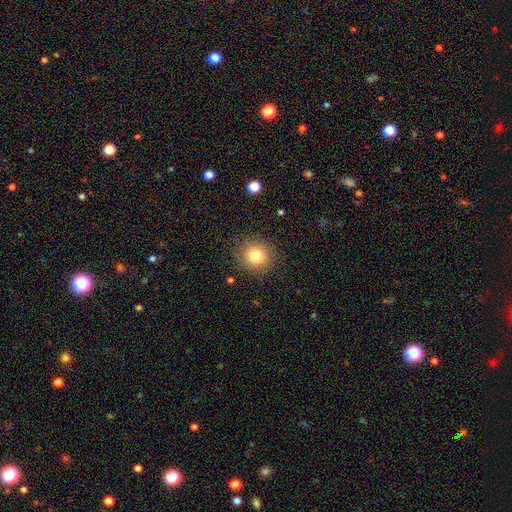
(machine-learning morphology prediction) Overall: smooth (81%). How rounded: round (88%). Merging: none (86%).